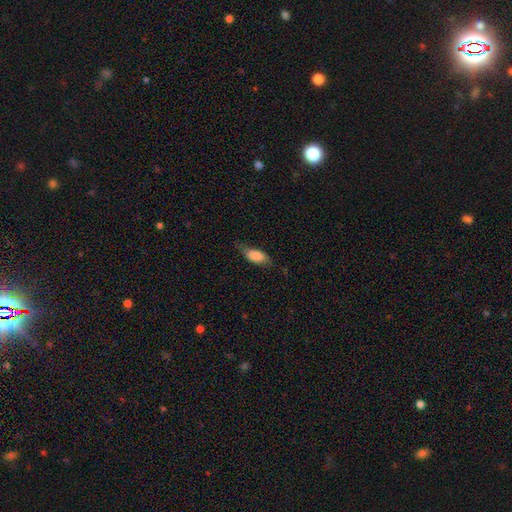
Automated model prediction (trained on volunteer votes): Smooth or featured? Predicted: smooth (p=0.76). How rounded? Predicted: in between (p=0.81). Merging? Predicted: none (p=0.59).